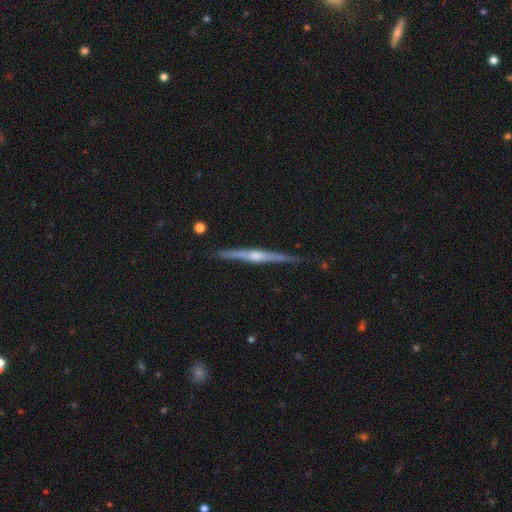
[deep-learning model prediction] The model was most divided on "smooth or featured": featured or disk: 81%, smooth: 13%, star or artifact: 6%. More confident: edge-on disk — yes (98%); merging — none (89%); edge-on bulge — rounded (82%).